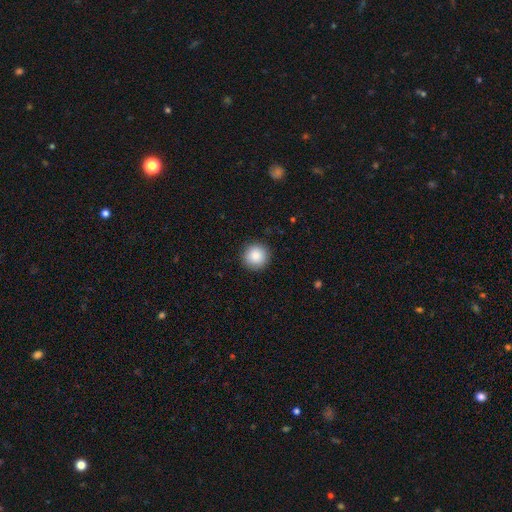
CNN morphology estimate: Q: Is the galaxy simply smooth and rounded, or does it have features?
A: smooth — 88%.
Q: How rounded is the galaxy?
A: round — 96%.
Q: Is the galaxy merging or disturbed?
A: none — 92%.